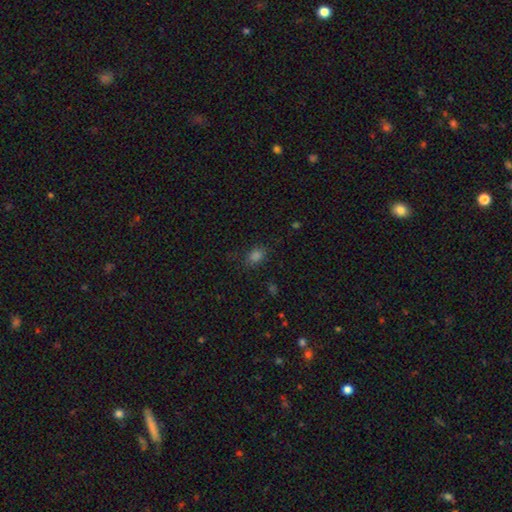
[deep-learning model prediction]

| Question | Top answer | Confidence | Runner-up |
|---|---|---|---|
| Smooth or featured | smooth | 77% | star or artifact (18%) |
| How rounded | in between | 71% | round (28%) |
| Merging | none | 80% | minor disturbance (15%) |